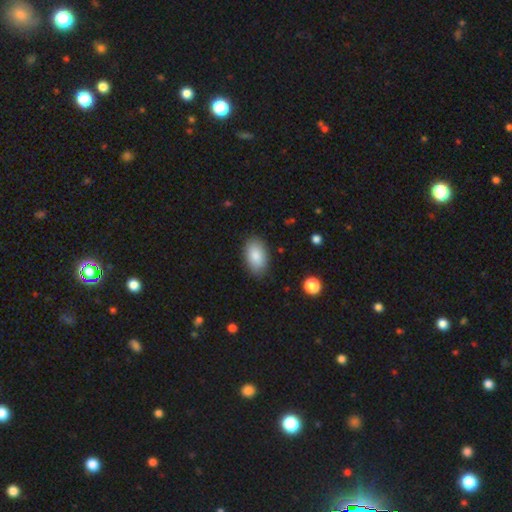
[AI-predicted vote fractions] This appears to be a smooth galaxy with no disk features (87%) that is in between round and cigar-shaped (94%). Merging: none (85%).